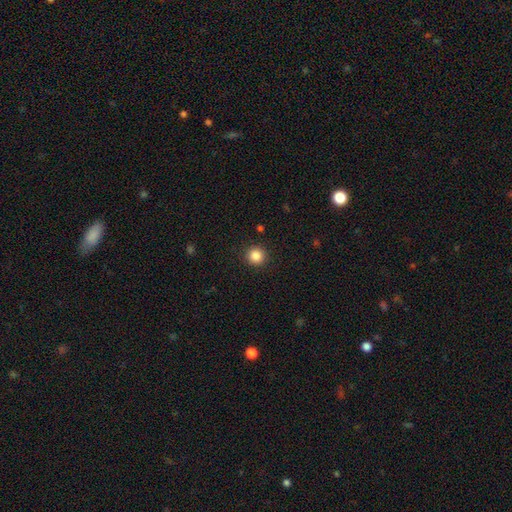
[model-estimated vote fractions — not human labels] smooth-or-featured: smooth: 86% | star or artifact: 11% | featured or disk: 4%
  how-rounded: round: 94% | in between: 5% | cigar-shaped: 1%
  merging: none: 92% | minor disturbance: 5% | major disturbance: 2% | merger: 1%